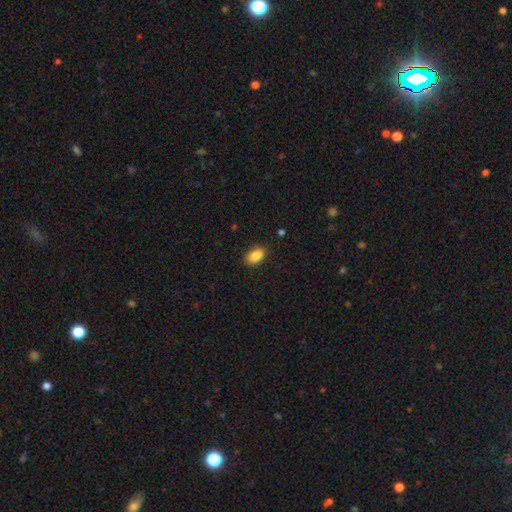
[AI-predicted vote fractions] smooth 88%, star or artifact 8%, featured or disk 4%. Down the decision tree: how rounded — in between (90%); merging — none (86%).